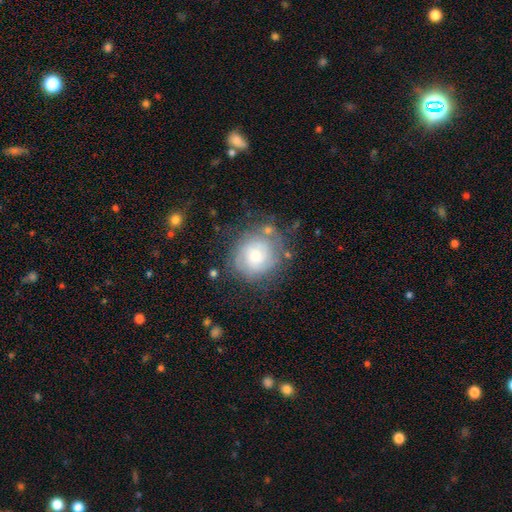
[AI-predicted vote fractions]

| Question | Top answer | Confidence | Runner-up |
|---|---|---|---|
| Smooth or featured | featured or disk | 61% | smooth (31%) |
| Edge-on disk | no | 98% | yes (2%) |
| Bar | no | 72% | weak (24%) |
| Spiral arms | yes | 84% | no (16%) |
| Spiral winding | tight | 64% | medium (28%) |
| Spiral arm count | can't tell | 39% | 2 (37%) |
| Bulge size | moderate | 50% | small (41%) |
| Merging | none | 66% | minor disturbance (19%) |